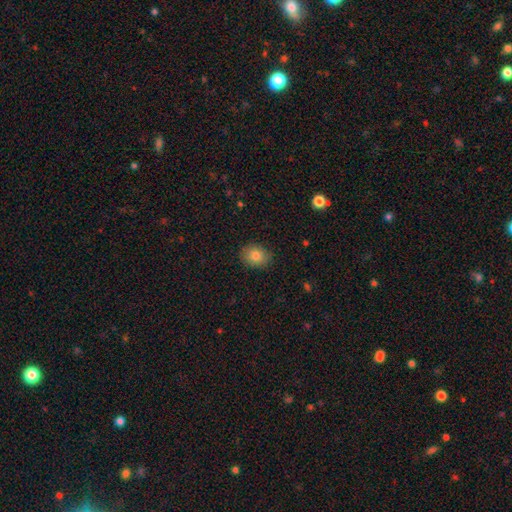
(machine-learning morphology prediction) smooth 82%, star or artifact 9%, featured or disk 9%. Down the decision tree: how rounded — round (52%); merging — none (88%).